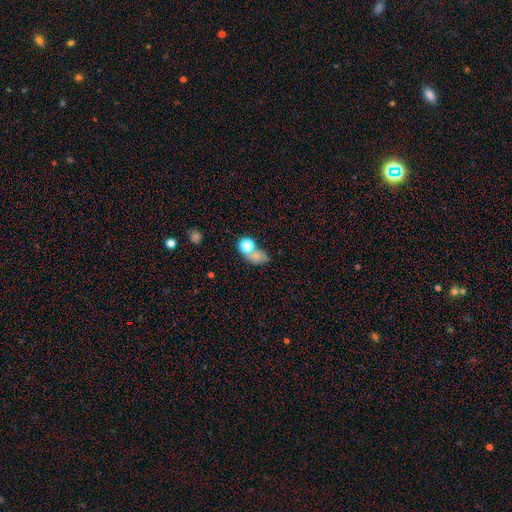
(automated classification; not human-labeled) This appears to be a smooth galaxy with no disk features (67%) that is in between round and cigar-shaped (58%). Merging: none (38%).